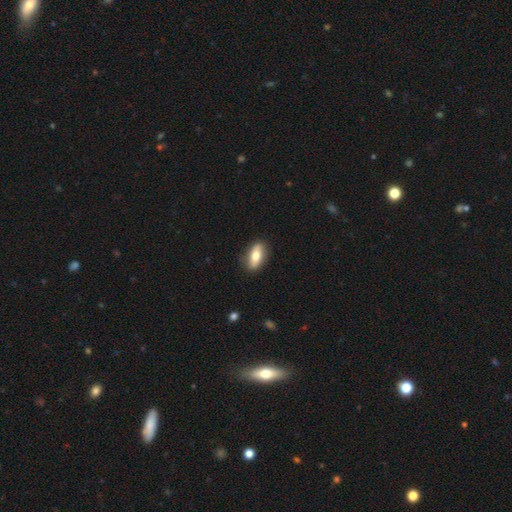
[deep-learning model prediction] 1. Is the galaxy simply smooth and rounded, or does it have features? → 71% smooth, 23% featured or disk, 6% star or artifact.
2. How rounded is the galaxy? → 82% in between, 14% cigar-shaped, 4% round.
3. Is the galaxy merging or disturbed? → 84% none, 12% minor disturbance, 3% major disturbance, 1% merger.